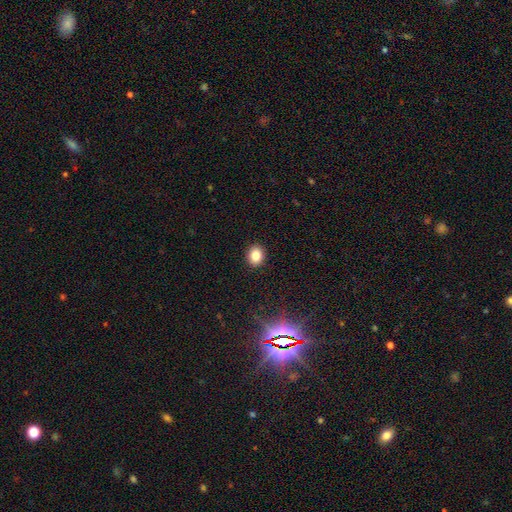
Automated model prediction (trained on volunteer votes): smooth-or-featured: smooth: 82% | star or artifact: 12% | featured or disk: 6%
  how-rounded: round: 61% | in between: 38% | cigar-shaped: 1%
  merging: none: 92% | minor disturbance: 6% | major disturbance: 2% | merger: 1%